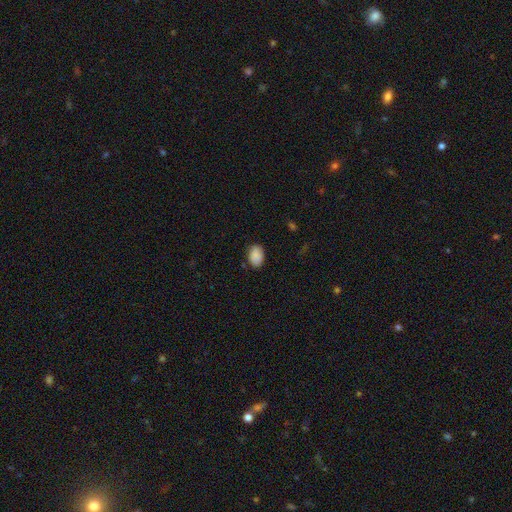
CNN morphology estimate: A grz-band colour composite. It shows a smooth galaxy with no disk features (89%) that is in between round and cigar-shaped (83%). Merging: none (81%).